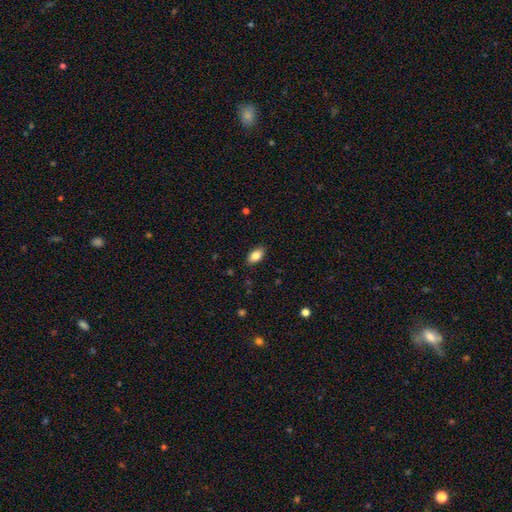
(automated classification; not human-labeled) This appears to be a smooth galaxy with no disk features (84%) that is in between round and cigar-shaped (91%). Merging: none (87%).